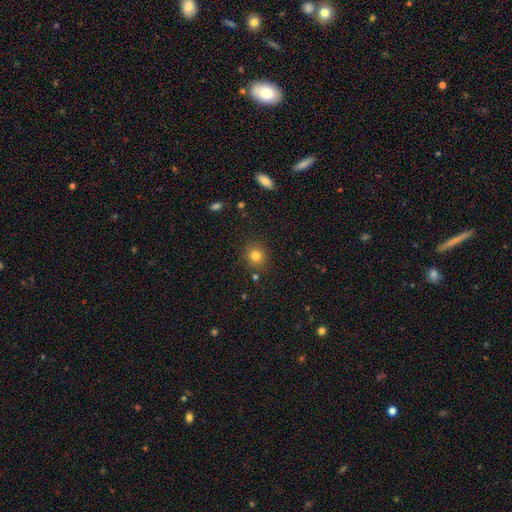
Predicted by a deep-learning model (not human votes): A smooth galaxy with no disk features (80%) that is round (87%). Merging: none (87%).